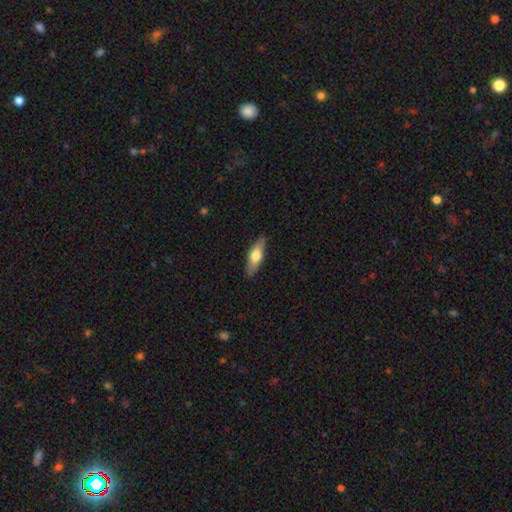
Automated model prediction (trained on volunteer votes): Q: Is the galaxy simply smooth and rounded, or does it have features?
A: smooth — 62%.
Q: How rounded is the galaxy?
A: in between — 52%.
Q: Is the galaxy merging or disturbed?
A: none — 87%.